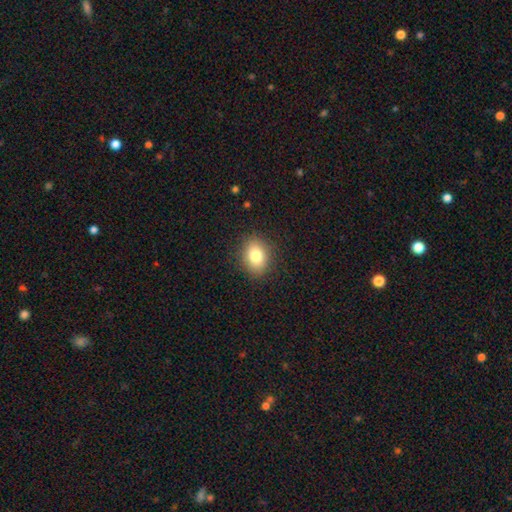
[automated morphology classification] A smooth galaxy with no disk features (80%) that is in between round and cigar-shaped (61%).

Vote fractions:
- Smooth or featured? smooth: 80% / star or artifact: 10% / featured or disk: 10%
- How rounded? in between: 61% / round: 38% / cigar-shaped: 1%
- Merging? none: 88% / minor disturbance: 9% / major disturbance: 3% / merger: 1%